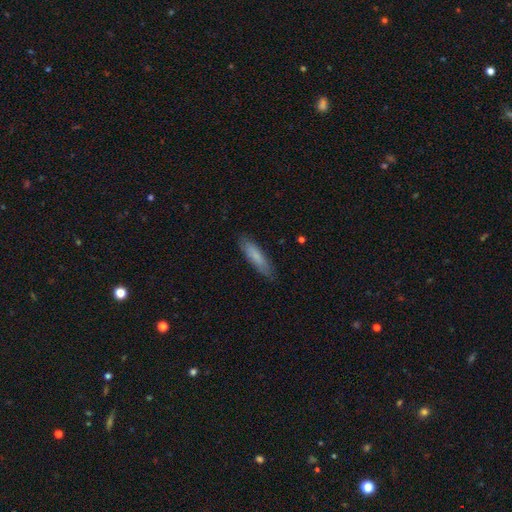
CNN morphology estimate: A smooth galaxy with no disk features (77%) that is cigar-shaped (73%).

Vote fractions:
- Smooth or featured? smooth: 77% / featured or disk: 18% / star or artifact: 6%
- How rounded? cigar-shaped: 73% / in between: 26% / round: 1%
- Merging? none: 84% / minor disturbance: 13% / major disturbance: 2% / merger: 1%